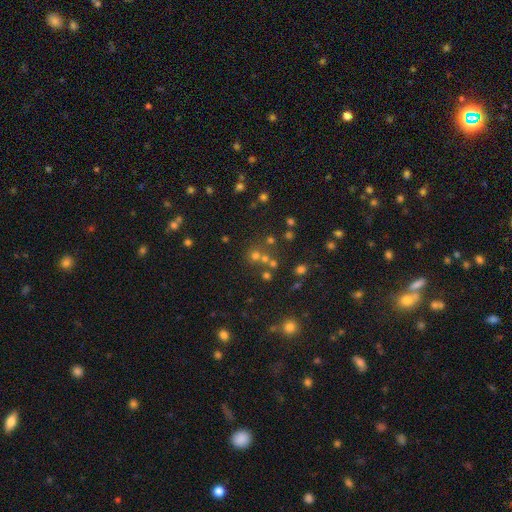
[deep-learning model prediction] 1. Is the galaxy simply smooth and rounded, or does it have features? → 52% smooth, 36% star or artifact, 11% featured or disk.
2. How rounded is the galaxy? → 89% round, 10% in between, 1% cigar-shaped.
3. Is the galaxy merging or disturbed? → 64% none, 24% merger, 8% minor disturbance, 4% major disturbance.